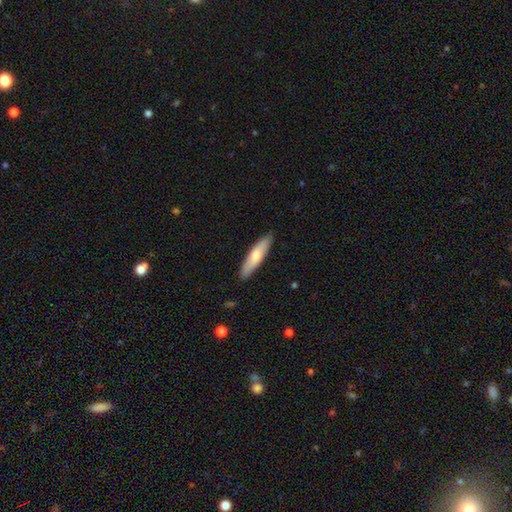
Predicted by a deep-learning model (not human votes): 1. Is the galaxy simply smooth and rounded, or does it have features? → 69% smooth, 27% featured or disk, 5% star or artifact.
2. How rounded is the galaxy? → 76% cigar-shaped, 23% in between, 1% round.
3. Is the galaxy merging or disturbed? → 89% none, 8% minor disturbance, 2% major disturbance, 1% merger.